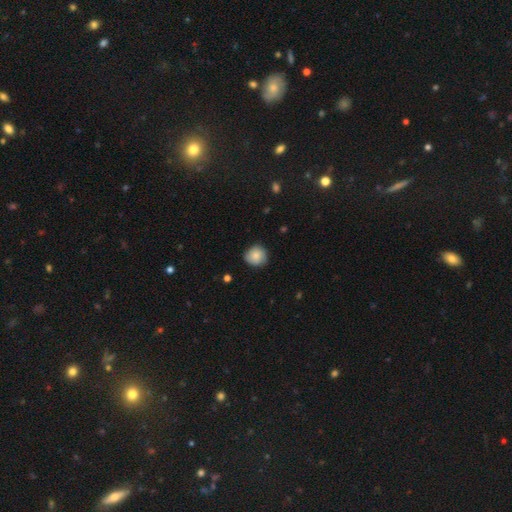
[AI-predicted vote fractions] Morphology: type=smooth (81%); roundness=round (90%); merging=none (82%).